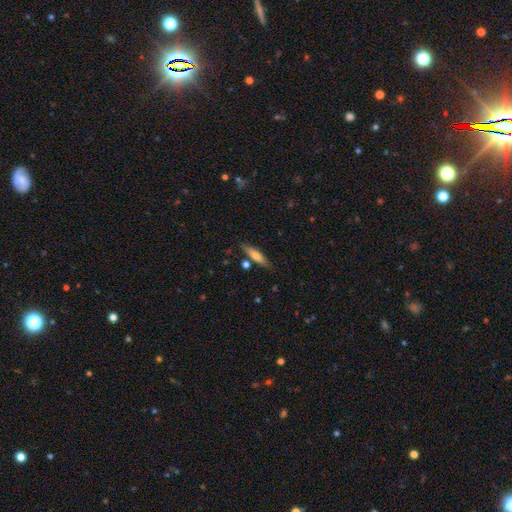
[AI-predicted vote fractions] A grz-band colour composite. It shows a smooth galaxy with no disk features (59%) that is cigar-shaped (76%). Merging: none (79%).